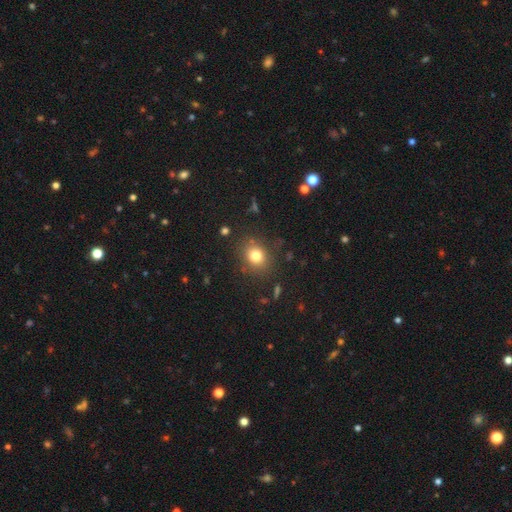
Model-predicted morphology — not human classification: The model was most divided on "how rounded": round: 67%, in between: 32%, cigar-shaped: 1%. More confident: merging — none (83%); smooth or featured — smooth (79%).